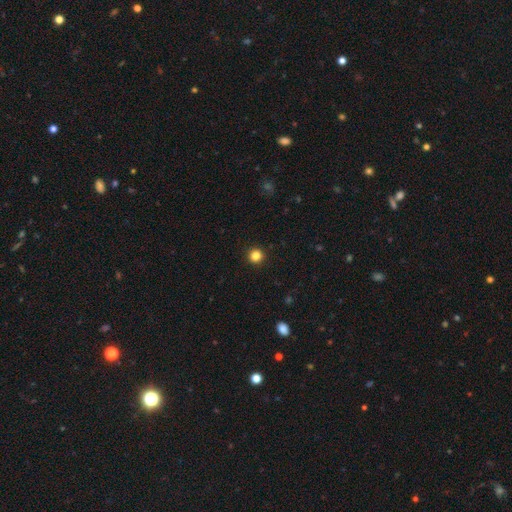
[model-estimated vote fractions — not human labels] Smooth or featured?
  - smooth: 84% *
  - star or artifact: 12%
  - featured or disk: 4%
How rounded?
  - round: 95% *
  - in between: 4%
  - cigar-shaped: 1%
Merging?
  - none: 93% *
  - minor disturbance: 4%
  - major disturbance: 1%
  - merger: 1%